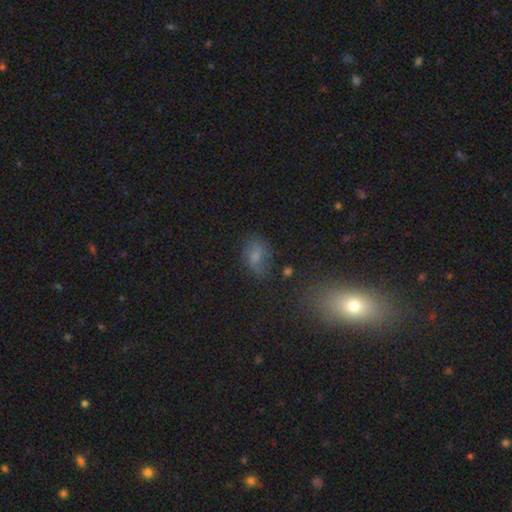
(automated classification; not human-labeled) A smooth galaxy with no disk features (63%) that is in between round and cigar-shaped (78%). Merging: none (56%).